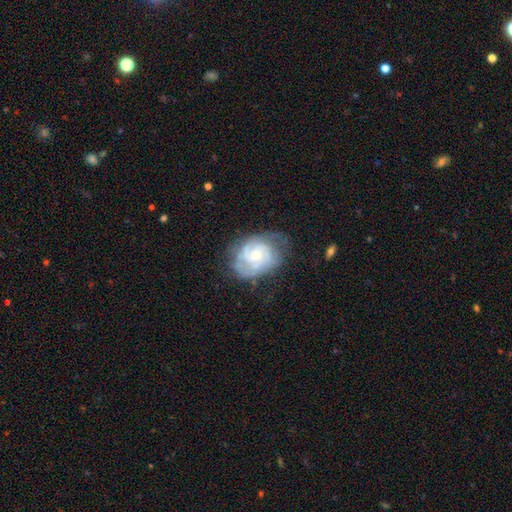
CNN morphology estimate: Overall: featured or disk (82%). Edge-on disk: no (98%). Bar: no (69%). Spiral arms: yes (93%). Spiral arm count: 2 (34%; can't tell 30%). Spiral winding: tight (58%; medium 34%). Bulge size: small (61%; moderate 34%). Merging: none (60%; minor disturbance 25%).